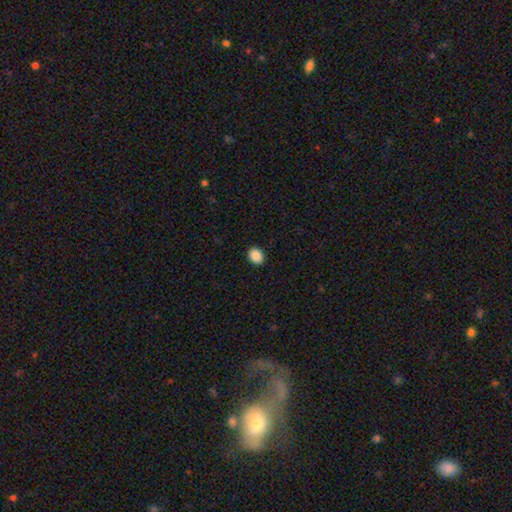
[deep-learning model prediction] Smooth or featured? smooth (88%)
How rounded? in between (54%)
Merging? none (92%)